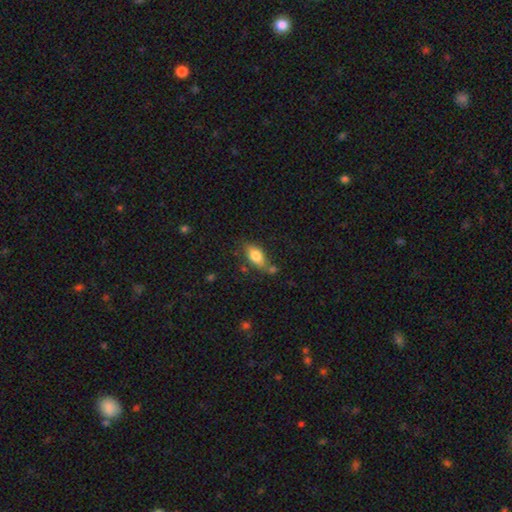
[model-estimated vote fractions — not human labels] smooth_or_featured: smooth (p=0.78) [alt: featured or disk p=0.14]
how_rounded: in between (p=0.86) [alt: cigar-shaped p=0.10]
merging: none (p=0.62) [alt: minor disturbance p=0.21]